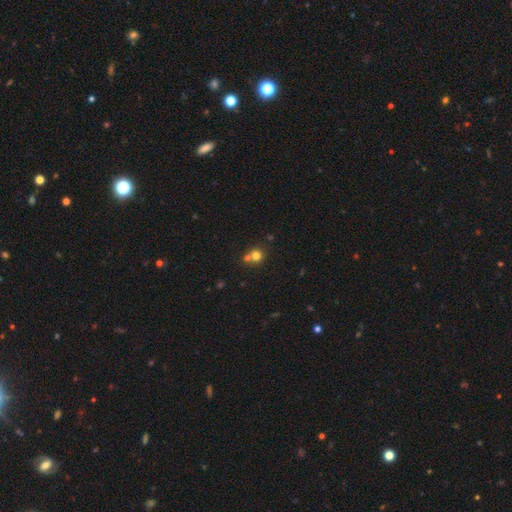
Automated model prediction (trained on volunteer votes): Overall: smooth (76%). How rounded: round (86%). Merging: none (50%; merger 40%).